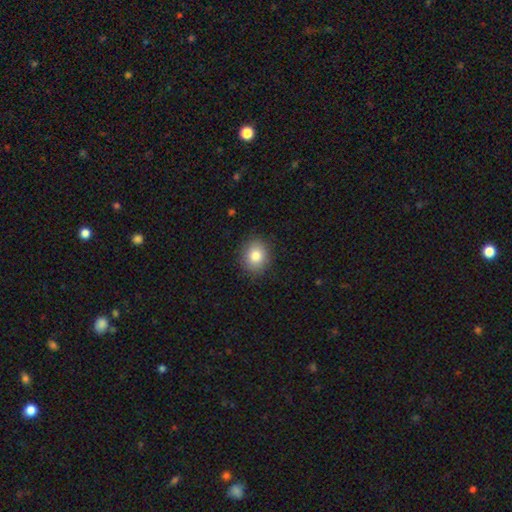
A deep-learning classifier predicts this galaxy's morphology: Overall: smooth (83%). How rounded: round (64%; in between 35%). Merging: none (88%).